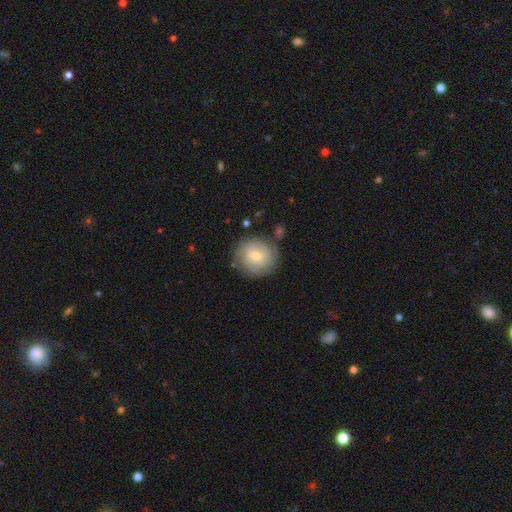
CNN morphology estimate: featured or disk 52%, smooth 40%, star or artifact 8%. Down the decision tree: edge-on disk — no (97%); bar — no (61%); spiral arms — yes (84%); bulge size — small (64%); merging — none (77%).